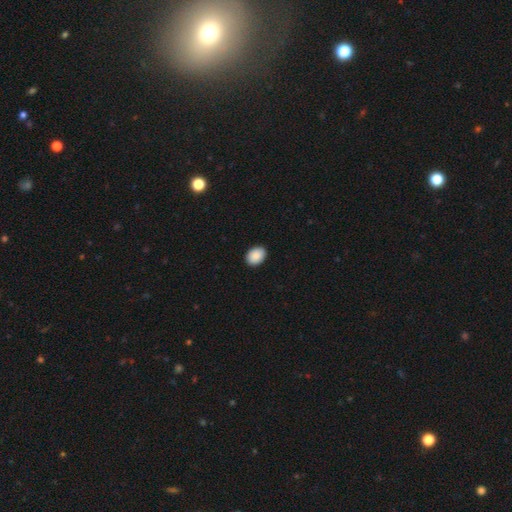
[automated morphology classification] A smooth galaxy with no disk features (90%) that is in between round and cigar-shaped (76%). Merging: none (91%).